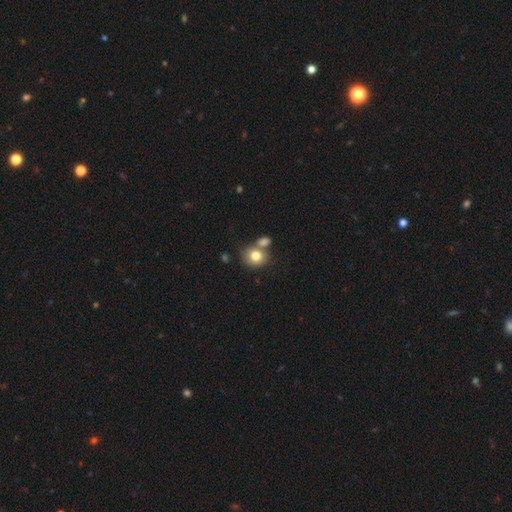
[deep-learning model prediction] smooth 80%, featured or disk 11%, star or artifact 10%. Down the decision tree: how rounded — round (70%); merging — none (50%).